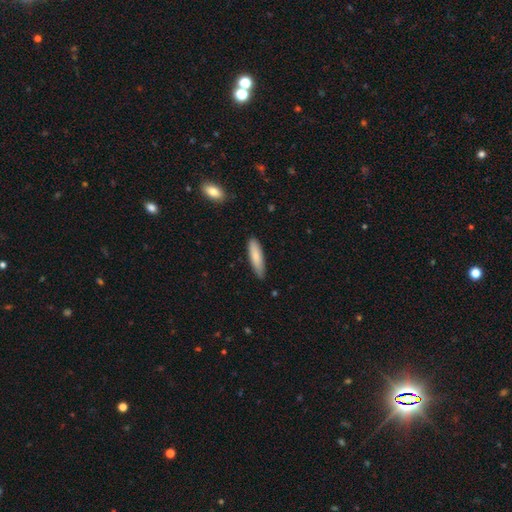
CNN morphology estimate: Smooth or featured? Predicted: smooth (p=0.82). How rounded? Predicted: cigar-shaped (p=0.69). Merging? Predicted: none (p=0.81).